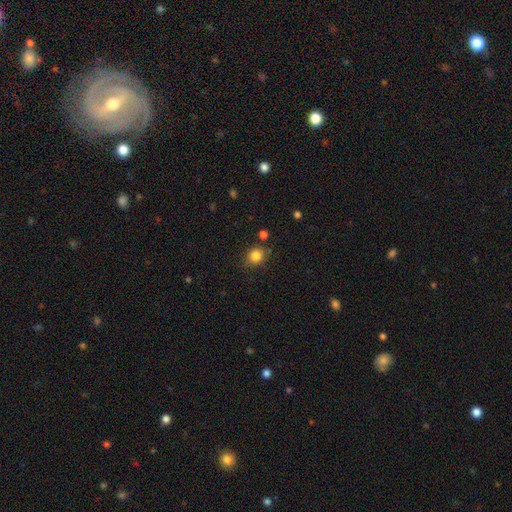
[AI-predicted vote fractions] This is clearly a smooth galaxy (83%). How rounded: likely round (73%). Merging: likely none (79%).